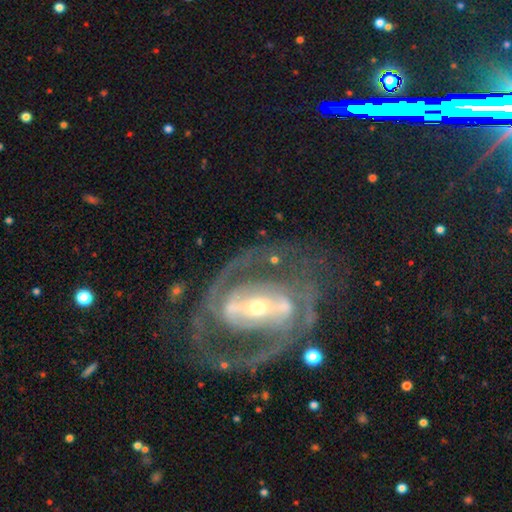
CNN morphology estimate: Smooth or featured? featured or disk (88%)
Edge-on disk? no (96%)
Bar? strong (56%)
Spiral arms? yes (91%)
Spiral winding? medium (49%)
Spiral arm count? 2 (77%)
Bulge size? small (61%)
Merging? none (63%)